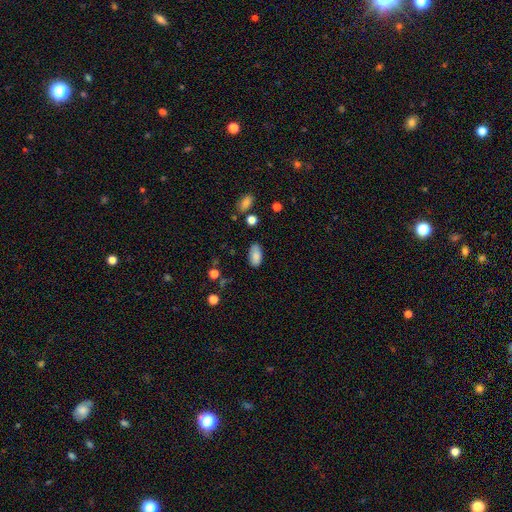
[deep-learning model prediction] The model was most divided on "merging": none: 81%, minor disturbance: 14%, major disturbance: 3%, merger: 2%. More confident: how rounded — in between (94%); smooth or featured — smooth (85%).